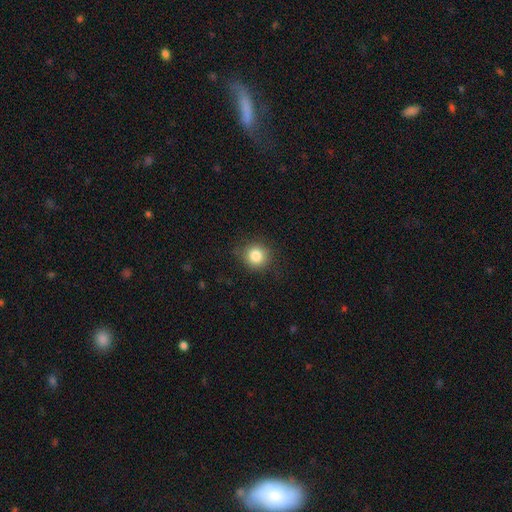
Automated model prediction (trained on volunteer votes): Smooth or featured: smooth — 84% (star or artifact — 10%)
How rounded: round — 89% (in between — 10%)
Merging: none — 85% (minor disturbance — 11%)